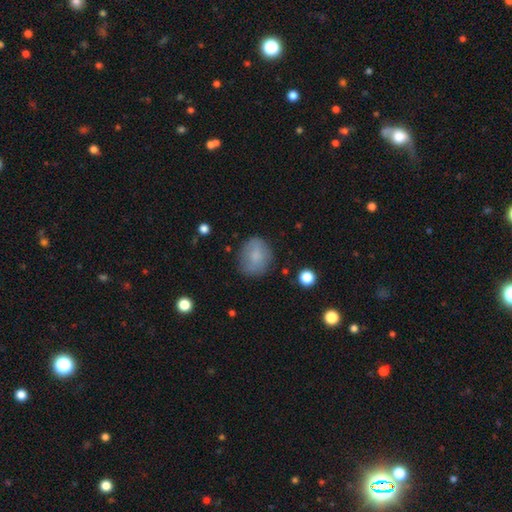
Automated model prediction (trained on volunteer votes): smooth_or_featured: smooth (p=0.76) [alt: featured or disk p=0.15]
how_rounded: round (p=0.63) [alt: in between p=0.36]
merging: none (p=0.74) [alt: minor disturbance p=0.18]